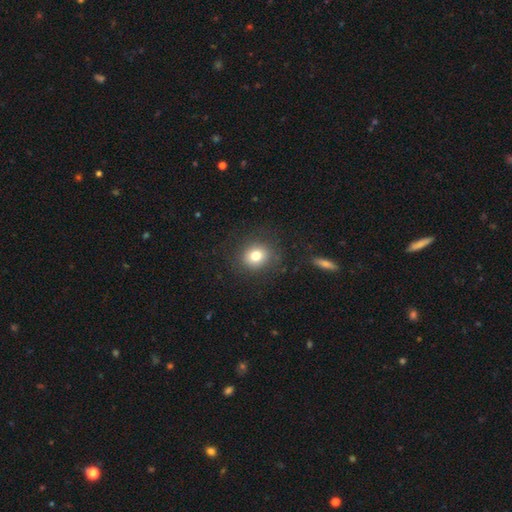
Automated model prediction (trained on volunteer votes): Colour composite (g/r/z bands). It shows a smooth galaxy with no disk features (78%) that is round (80%). Merging: none (85%).